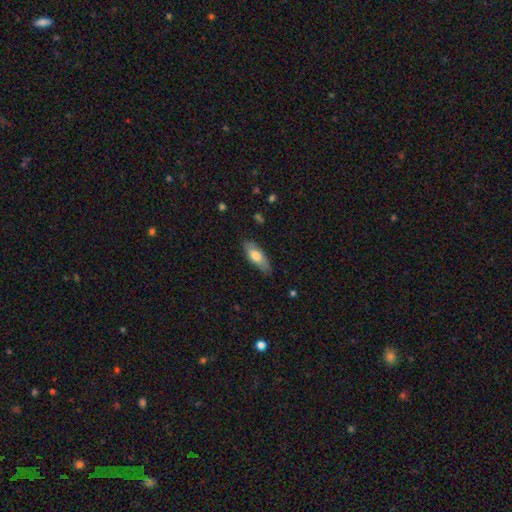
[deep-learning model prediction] Overall: smooth (69%). How rounded: in between (74%). Merging: none (76%).